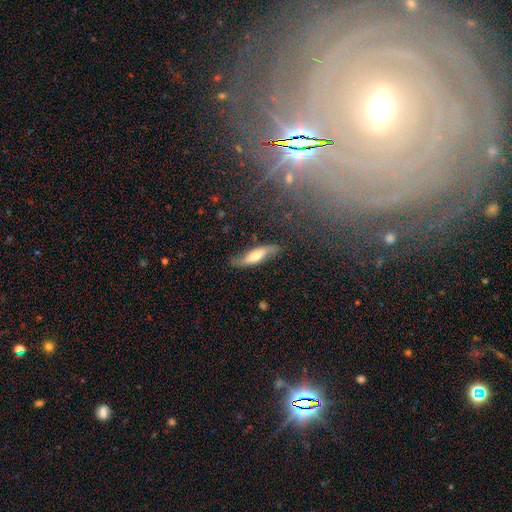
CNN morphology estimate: type=smooth (48%); merging=none (76%).